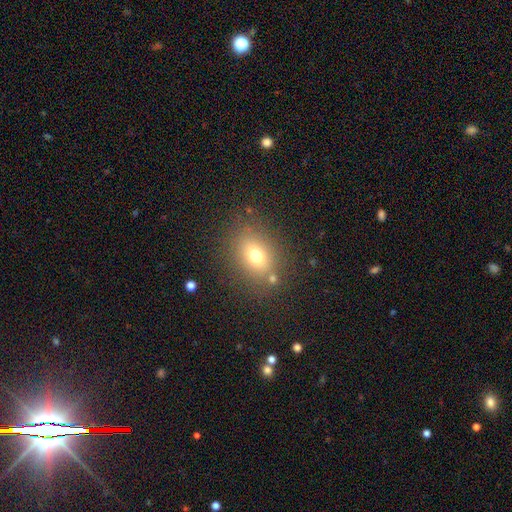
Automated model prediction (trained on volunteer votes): A smooth galaxy with no disk features (71%) that is in between round and cigar-shaped (65%).

Vote fractions:
- Smooth or featured? smooth: 71% / star or artifact: 15% / featured or disk: 14%
- How rounded? in between: 65% / round: 33% / cigar-shaped: 2%
- Merging? none: 78% / minor disturbance: 11% / merger: 6% / major disturbance: 5%